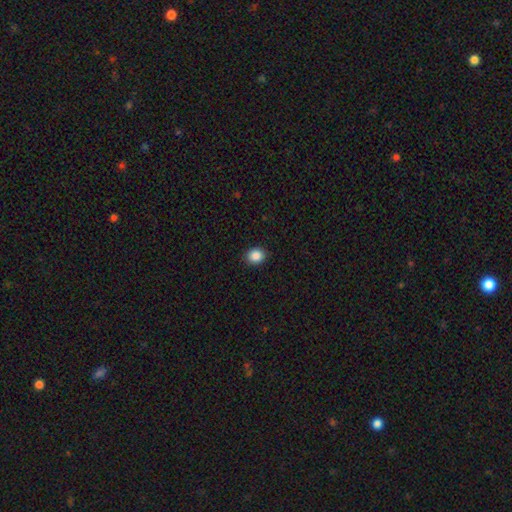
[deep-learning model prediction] A smooth galaxy with no disk features (88%) that is round (71%). Merging: none (91%).